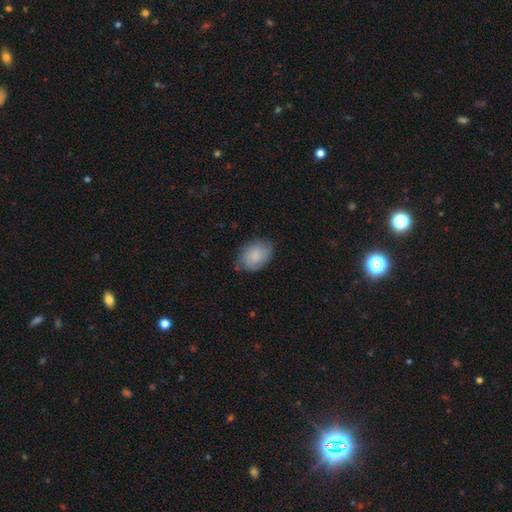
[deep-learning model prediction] This is likely a smooth galaxy (79%). How rounded: likely in between (78%). Merging: likely none (73%).